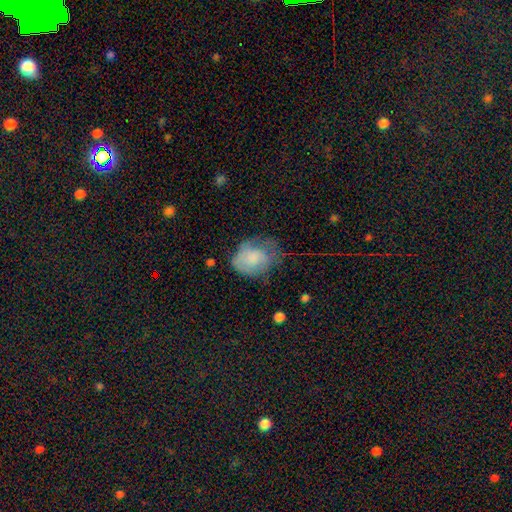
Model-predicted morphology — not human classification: smooth-or-featured: smooth: 69% | featured or disk: 23% | star or artifact: 8%
  how-rounded: in between: 57% | round: 42% | cigar-shaped: 1%
  merging: minor disturbance: 36% | none: 35% | major disturbance: 27% | merger: 2%